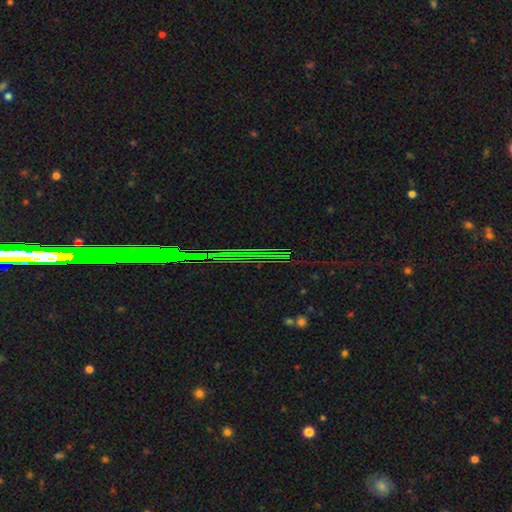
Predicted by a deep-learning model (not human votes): Smooth or featured? star or artifact (73%)